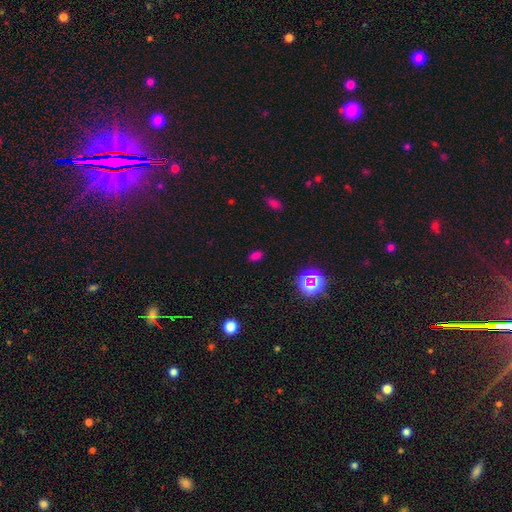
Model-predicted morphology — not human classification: This appears to be a smooth galaxy with no disk features (65%) that is in between round and cigar-shaped (84%). Merging: none (85%).